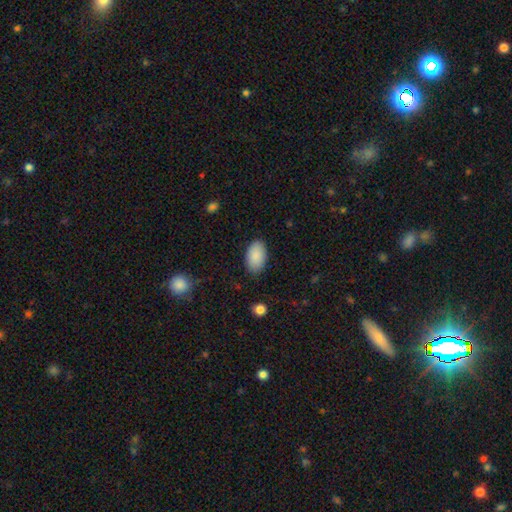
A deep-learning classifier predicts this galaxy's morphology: Smooth or featured? Predicted: smooth (p=0.89). How rounded? Predicted: in between (p=0.95). Merging? Predicted: none (p=0.86).